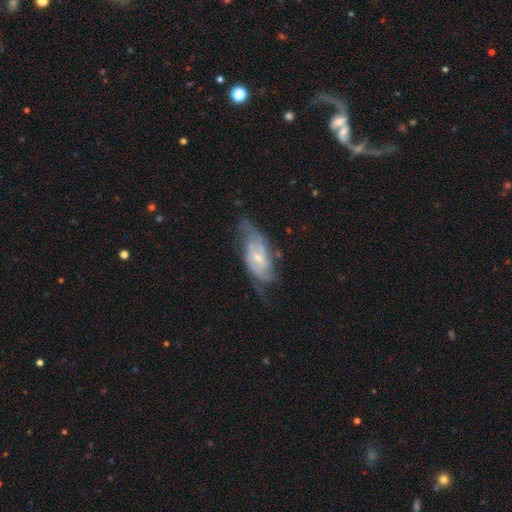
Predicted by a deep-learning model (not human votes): Smooth or featured? Predicted: featured or disk (p=0.69). Edge-on disk? Predicted: no (p=0.87). Bar? Predicted: no (p=0.68). Spiral arms? Predicted: yes (p=0.85). Spiral winding? Predicted: tight (p=0.43). Spiral arm count? Predicted: can't tell (p=0.41). Bulge size? Predicted: small (p=0.62). Merging? Predicted: none (p=0.61).